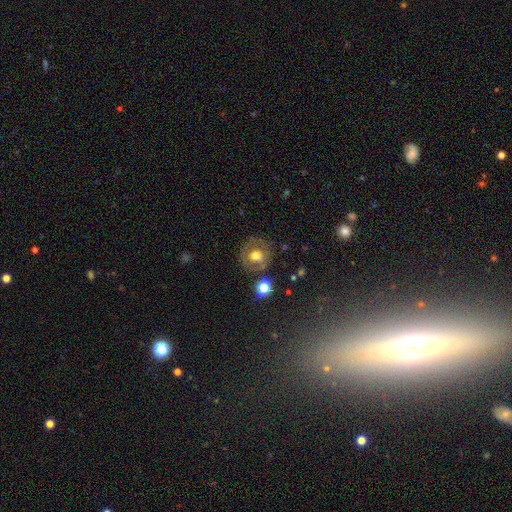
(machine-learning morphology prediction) smooth-or-featured: smooth: 53% | featured or disk: 36% | star or artifact: 11%
  how-rounded: round: 84% | in between: 15% | cigar-shaped: 1%
  merging: none: 73% | minor disturbance: 15% | major disturbance: 7% | merger: 5%